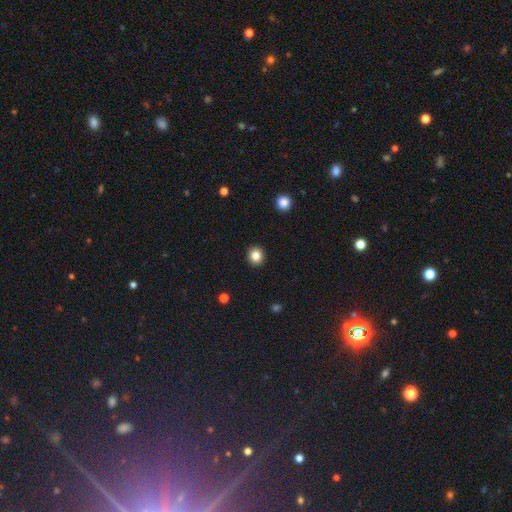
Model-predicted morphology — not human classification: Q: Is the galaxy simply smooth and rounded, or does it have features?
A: smooth — 84%.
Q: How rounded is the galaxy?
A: round — 86%.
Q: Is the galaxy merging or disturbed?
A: none — 93%.